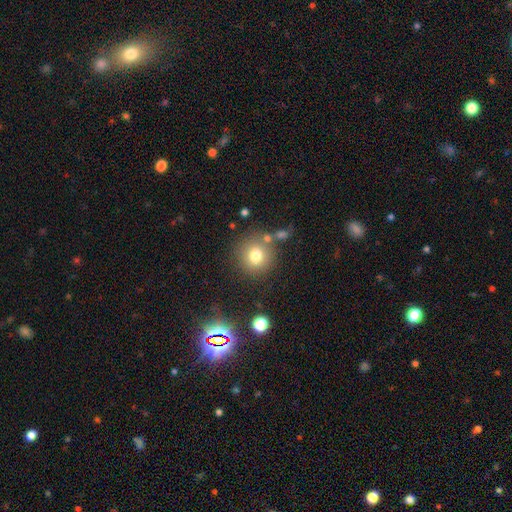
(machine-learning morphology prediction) A smooth galaxy with no disk features (75%) that is round (92%). Merging: none (75%).